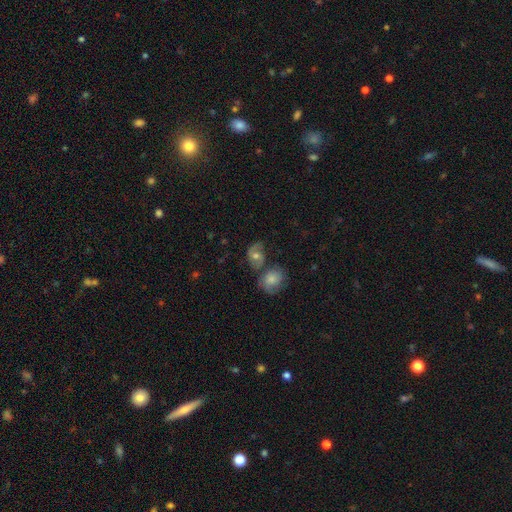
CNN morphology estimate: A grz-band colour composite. It shows a featured or disk galaxy (47%). Merging: none (45%).